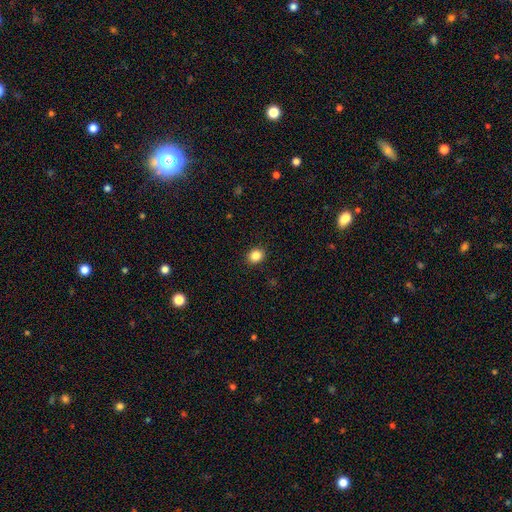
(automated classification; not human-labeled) A smooth galaxy with no disk features (85%) that is round (74%). Merging: none (91%).